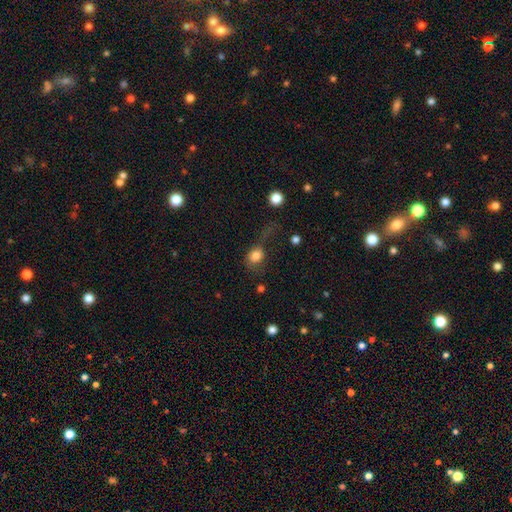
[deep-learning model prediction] Morphology: type=smooth (81%); roundness=round (66%); merging=none (37%).